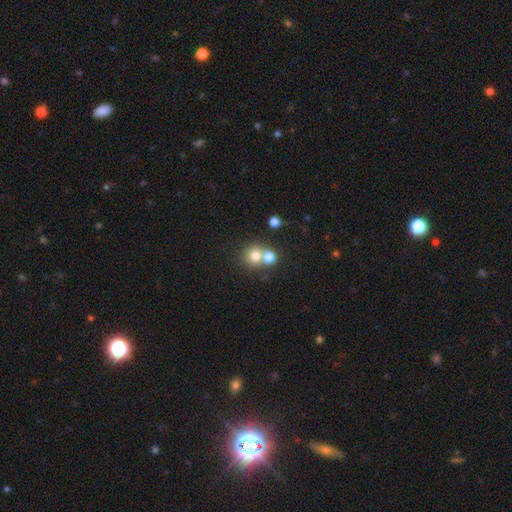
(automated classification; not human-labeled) This appears to be a smooth galaxy with no disk features (75%) that is round (87%). Merging: none (48%).